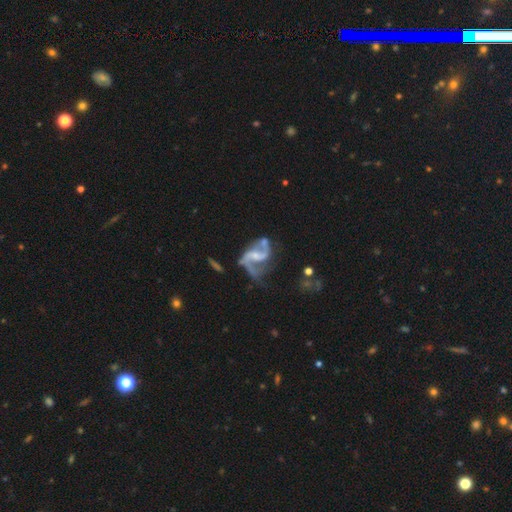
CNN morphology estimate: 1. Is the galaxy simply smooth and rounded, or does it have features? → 89% featured or disk, 6% smooth, 5% star or artifact.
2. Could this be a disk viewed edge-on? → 98% no, 2% yes.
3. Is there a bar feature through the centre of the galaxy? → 46% weak, 35% no, 19% strong.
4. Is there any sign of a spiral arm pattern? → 95% yes, 5% no.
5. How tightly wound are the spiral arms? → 58% loose, 35% medium, 7% tight.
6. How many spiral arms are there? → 88% 2, 4% 1, 3% can't tell, 2% 3, 1% 4, 1% more than 4.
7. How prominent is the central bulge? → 52% small, 27% moderate, 18% none, 2% large, 1% dominant.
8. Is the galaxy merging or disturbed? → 41% none, 25% major disturbance, 22% minor disturbance, 12% merger.